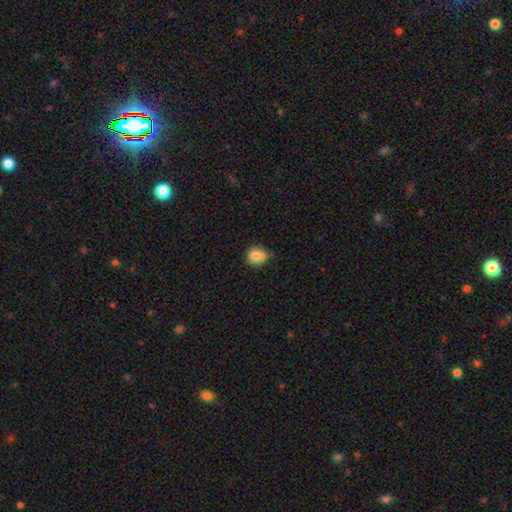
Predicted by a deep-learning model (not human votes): A smooth galaxy with no disk features (80%) that is round (78%).

Vote fractions:
- Smooth or featured? smooth: 80% / featured or disk: 11% / star or artifact: 10%
- How rounded? round: 78% / in between: 21% / cigar-shaped: 1%
- Merging? none: 57% / minor disturbance: 25% / merger: 13% / major disturbance: 5%